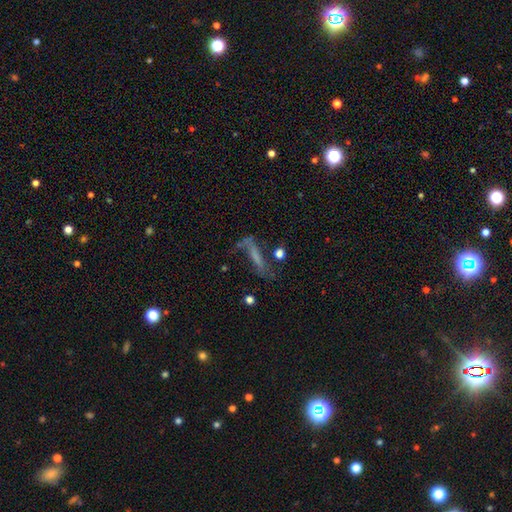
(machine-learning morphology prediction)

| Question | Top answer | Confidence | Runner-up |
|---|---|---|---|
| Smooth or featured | featured or disk | 45% | smooth (39%) |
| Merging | none | 46% | major disturbance (24%) |